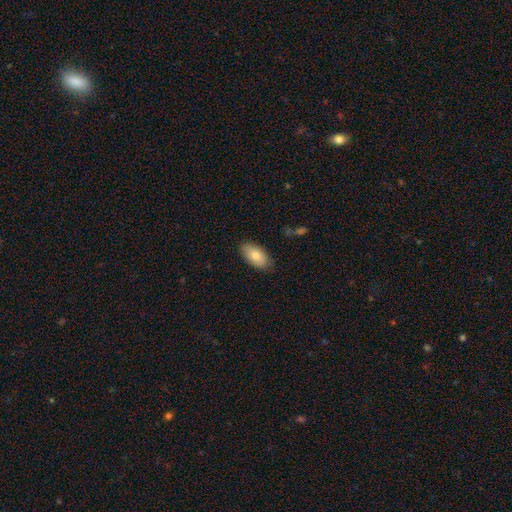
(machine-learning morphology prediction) The model was most divided on "smooth or featured": smooth: 82%, featured or disk: 12%, star or artifact: 6%. More confident: how rounded — in between (94%); merging — none (84%).